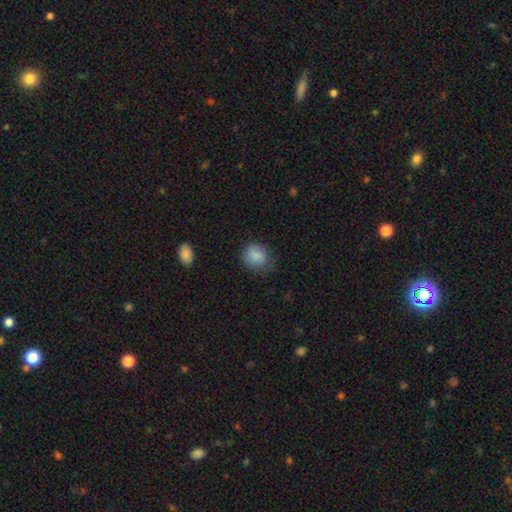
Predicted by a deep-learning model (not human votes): smooth-or-featured: smooth: 85% | star or artifact: 8% | featured or disk: 7%
  how-rounded: round: 64% | in between: 35% | cigar-shaped: 1%
  merging: none: 70% | minor disturbance: 22% | major disturbance: 7% | merger: 1%